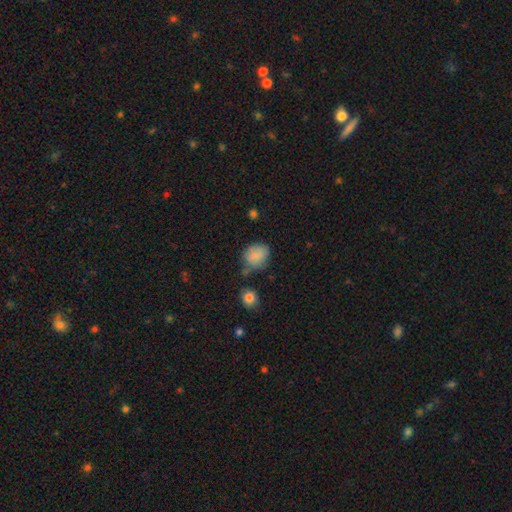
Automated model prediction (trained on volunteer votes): Smooth or featured? smooth (81%)
How rounded? round (62%)
Merging? none (59%)